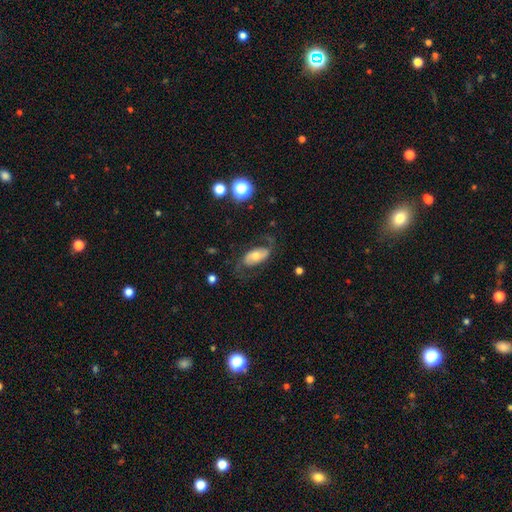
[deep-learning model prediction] Smooth or featured?
  - featured or disk: 62% *
  - smooth: 30%
  - star or artifact: 9%
Edge-on disk?
  - no: 92% *
  - yes: 8%
Bar?
  - no: 58% *
  - weak: 26%
  - strong: 16%
Spiral arms?
  - yes: 81% *
  - no: 19%
Bulge size?
  - moderate: 59% *
  - small: 30%
  - large: 8%
  - dominant: 2%
  - none: 2%
Merging?
  - none: 64% *
  - minor disturbance: 18%
  - major disturbance: 16%
  - merger: 2%